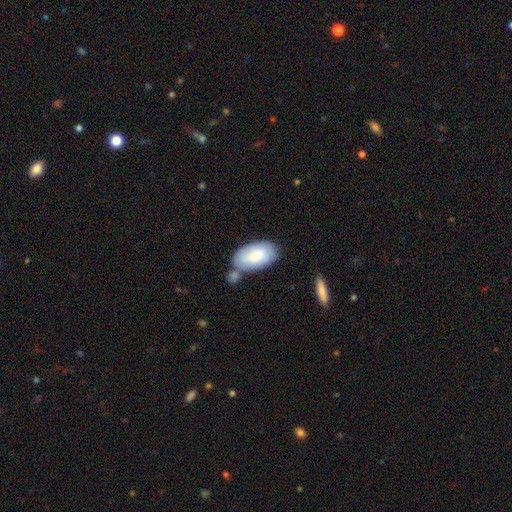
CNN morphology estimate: This appears to be a smooth galaxy with no disk features (77%) that is in between round and cigar-shaped (95%). Merging: none (53%).